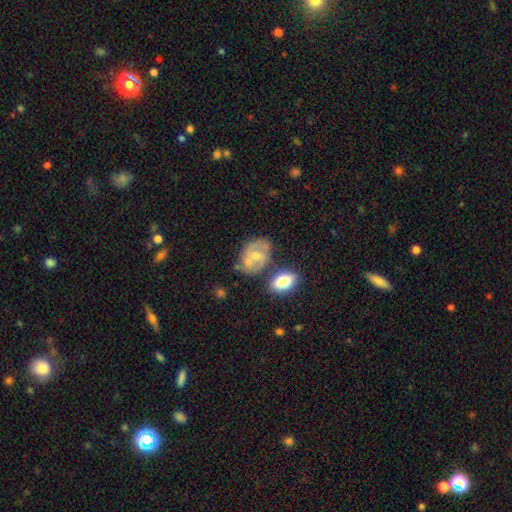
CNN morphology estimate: Smooth or featured? featured or disk (65%)
Edge-on disk? no (97%)
Bar? no (56%)
Spiral arms? yes (83%)
Spiral winding? medium (48%)
Spiral arm count? 2 (73%)
Bulge size? moderate (48%)
Merging? none (56%)